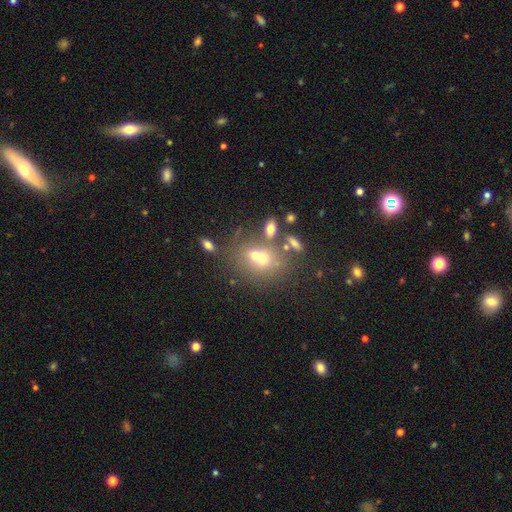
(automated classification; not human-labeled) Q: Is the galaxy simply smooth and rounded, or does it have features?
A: smooth — 57%.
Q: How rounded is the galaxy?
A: round — 57%.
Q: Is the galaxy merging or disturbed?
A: merger — 52%.